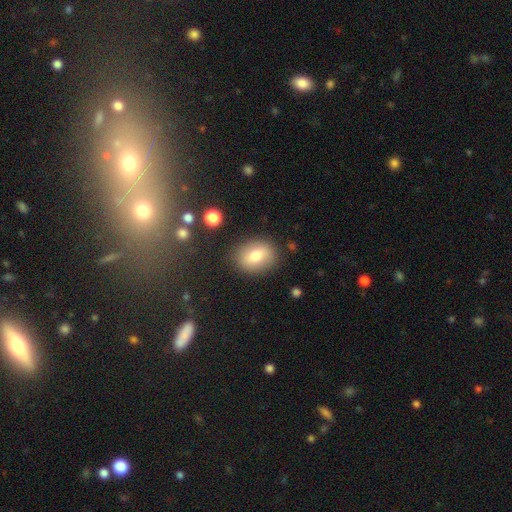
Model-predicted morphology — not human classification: smooth 74%, featured or disk 17%, star or artifact 9%. Down the decision tree: how rounded — in between (57%); merging — none (84%).